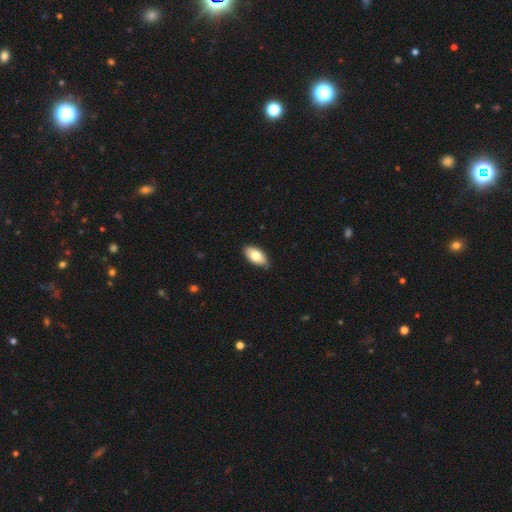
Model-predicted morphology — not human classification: Q: Smooth or featured?
A: smooth (78%); runner-up: featured or disk (16%)
Q: How rounded?
A: in between (94%); runner-up: cigar-shaped (3%)
Q: Merging?
A: none (85%); runner-up: minor disturbance (12%)